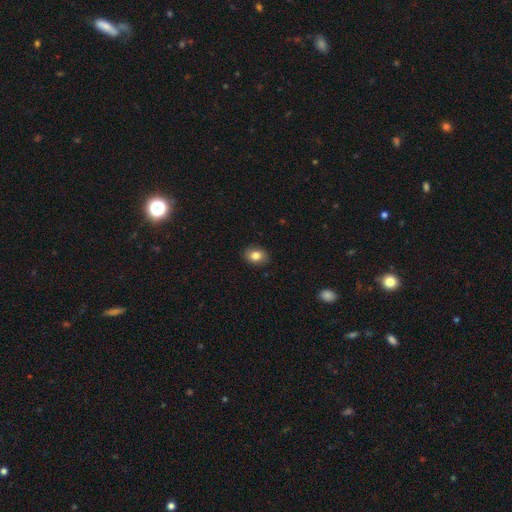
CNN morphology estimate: Smooth or featured? Predicted: smooth (p=0.83). How rounded? Predicted: in between (p=0.67). Merging? Predicted: none (p=0.88).